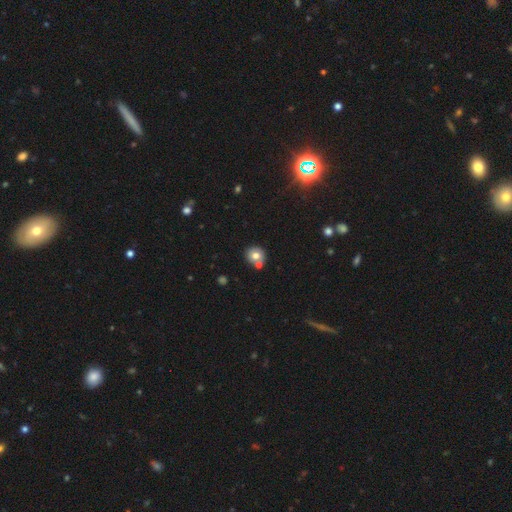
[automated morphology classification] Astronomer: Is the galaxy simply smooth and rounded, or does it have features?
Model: smooth — 74%.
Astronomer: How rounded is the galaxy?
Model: round — 85%.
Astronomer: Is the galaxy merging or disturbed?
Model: none — 60%.